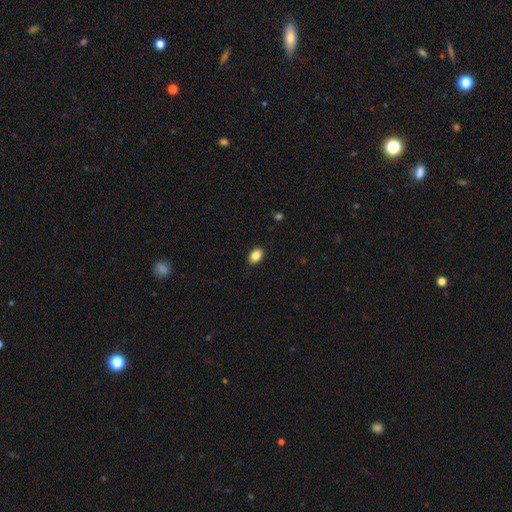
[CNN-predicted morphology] smooth 86%, star or artifact 8%, featured or disk 6%. Down the decision tree: how rounded — in between (83%); merging — none (88%).